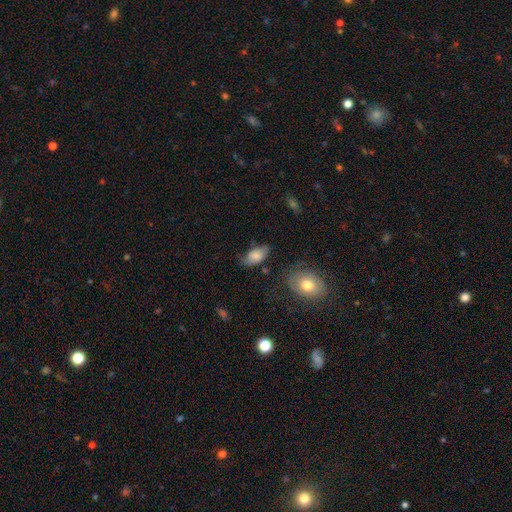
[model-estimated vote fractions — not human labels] Q: Smooth or featured?
A: smooth (74%); runner-up: featured or disk (18%)
Q: How rounded?
A: in between (92%); runner-up: round (5%)
Q: Merging?
A: none (57%); runner-up: minor disturbance (30%)